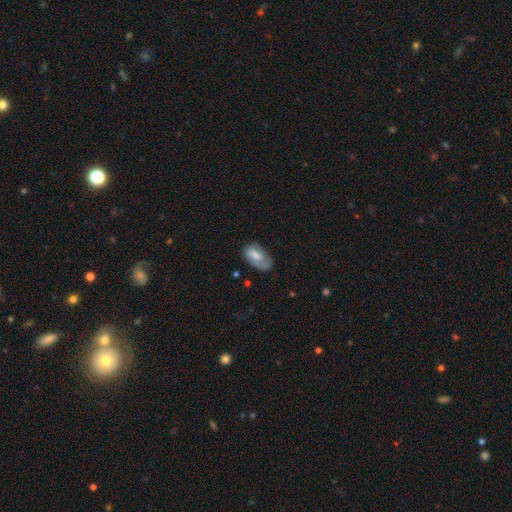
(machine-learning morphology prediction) smooth 66%, featured or disk 27%, star or artifact 7%. Down the decision tree: how rounded — in between (93%); merging — none (58%).